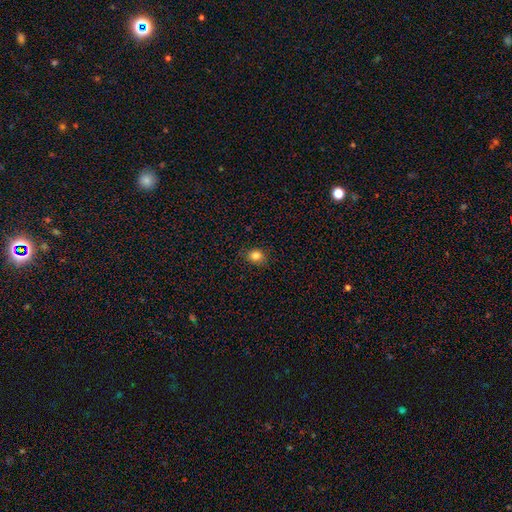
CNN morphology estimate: Smooth or featured? Predicted: smooth (p=0.83). How rounded? Predicted: round (p=0.63). Merging? Predicted: none (p=0.84).